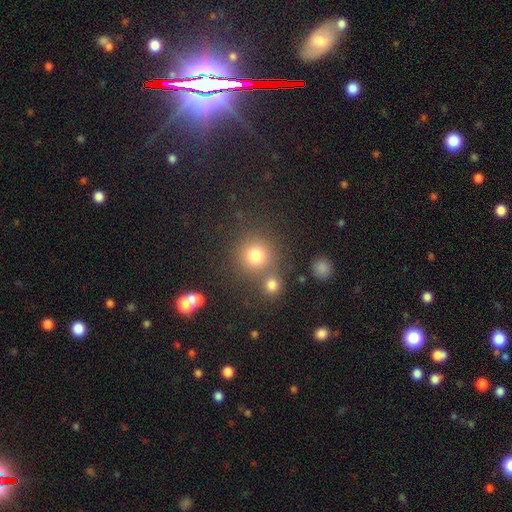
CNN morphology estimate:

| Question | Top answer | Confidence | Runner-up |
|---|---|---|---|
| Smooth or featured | smooth | 77% | star or artifact (15%) |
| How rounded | round | 91% | in between (8%) |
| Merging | none | 65% | merger (22%) |